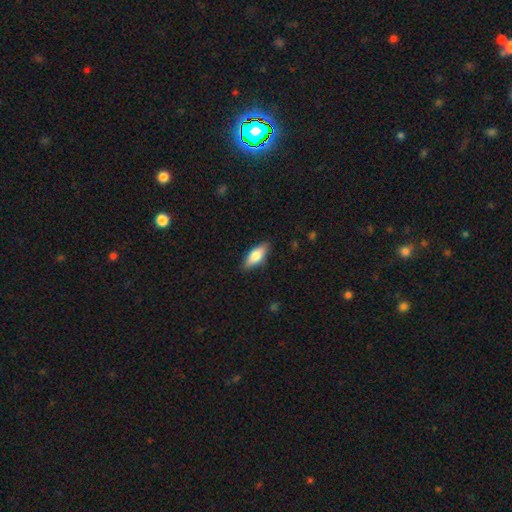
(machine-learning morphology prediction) smooth_or_featured: smooth (p=0.76) [alt: featured or disk p=0.18]
how_rounded: in between (p=0.76) [alt: cigar-shaped p=0.21]
merging: none (p=0.85) [alt: minor disturbance p=0.11]